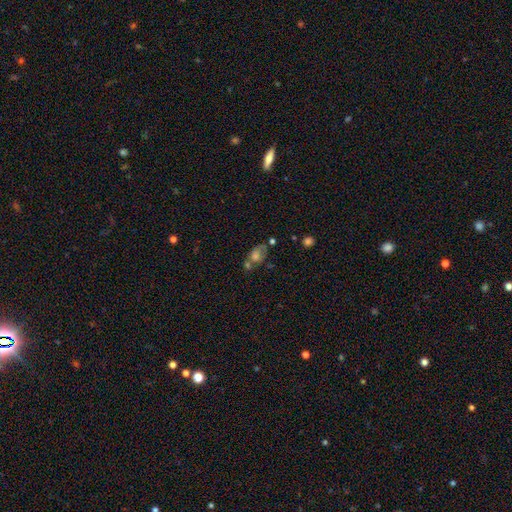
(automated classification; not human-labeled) smooth-or-featured: smooth: 52% | featured or disk: 32% | star or artifact: 16%
  how-rounded: in between: 74% | round: 23% | cigar-shaped: 3%
  merging: none: 38% | merger: 32% | minor disturbance: 19% | major disturbance: 11%